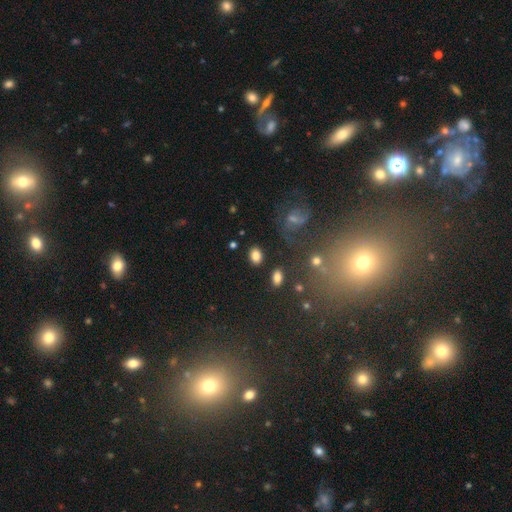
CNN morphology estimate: Smooth or featured: smooth — 82% (star or artifact — 11%)
How rounded: in between — 77% (round — 22%)
Merging: none — 82% (minor disturbance — 10%)